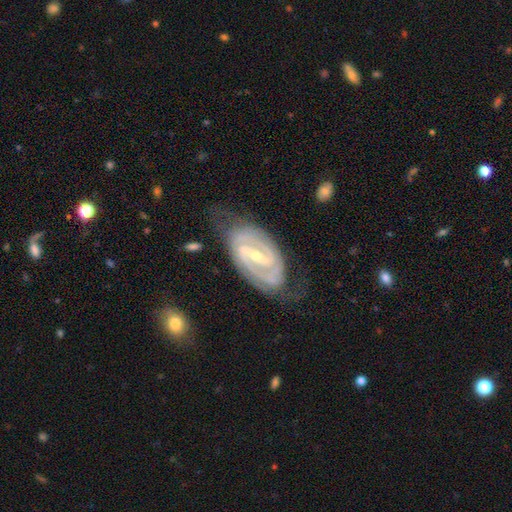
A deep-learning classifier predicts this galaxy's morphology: This appears to be a featured or disk galaxy (92%) with a strong bar (58%), 2 (88%) tight (58%) spiral arms (98%) and a small central bulge (66%). Merging: none (70%).